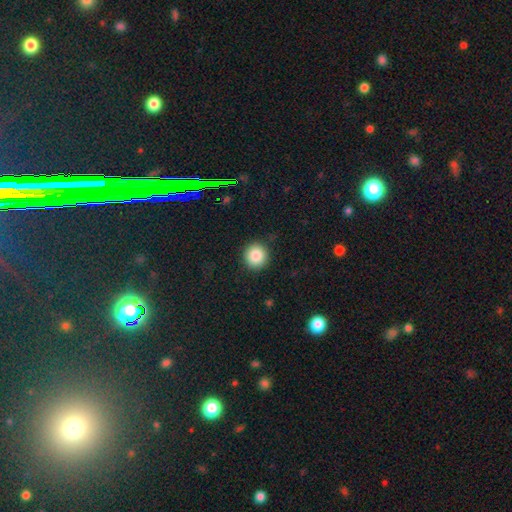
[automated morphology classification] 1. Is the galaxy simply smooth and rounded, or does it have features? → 86% smooth, 9% star or artifact, 5% featured or disk.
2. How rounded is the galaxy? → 92% round, 7% in between, 1% cigar-shaped.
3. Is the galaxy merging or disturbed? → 90% none, 7% minor disturbance, 2% major disturbance, 1% merger.